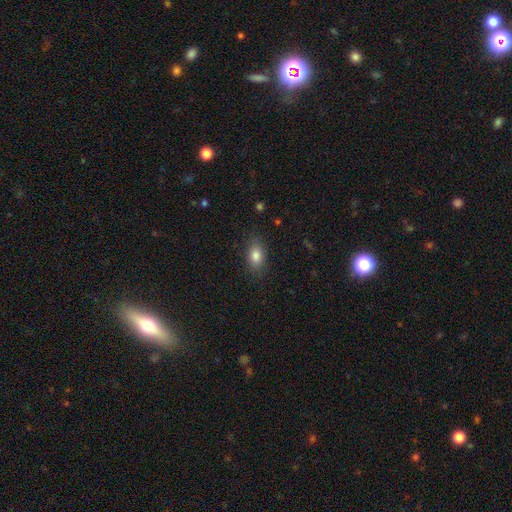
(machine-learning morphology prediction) type=smooth (83%); roundness=in between (84%); merging=none (84%).